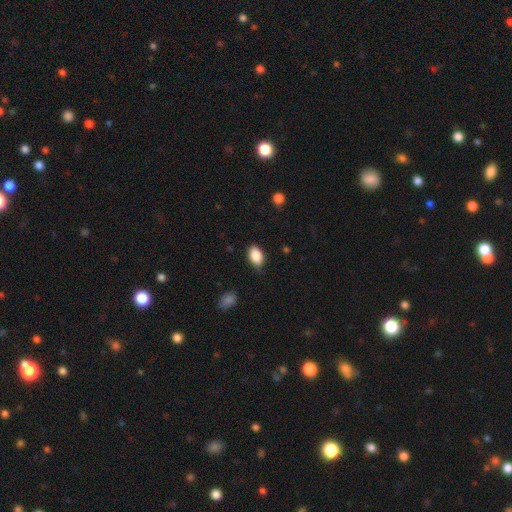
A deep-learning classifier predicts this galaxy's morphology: Q: Smooth or featured?
A: smooth (88%); runner-up: star or artifact (7%)
Q: How rounded?
A: in between (91%); runner-up: round (8%)
Q: Merging?
A: none (78%); runner-up: minor disturbance (18%)